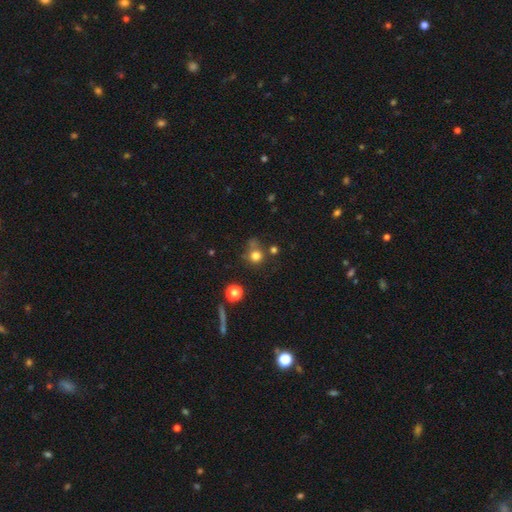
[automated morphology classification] Q: Smooth or featured?
A: smooth (76%); runner-up: star or artifact (16%)
Q: How rounded?
A: round (87%); runner-up: in between (12%)
Q: Merging?
A: none (58%); runner-up: minor disturbance (18%)